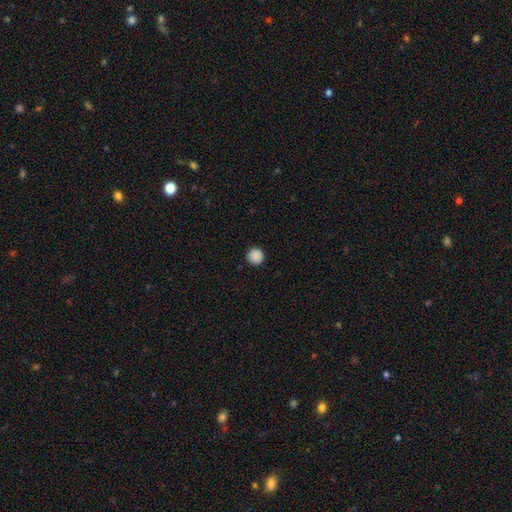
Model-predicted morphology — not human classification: Smooth or featured? smooth (89%)
How rounded? round (96%)
Merging? none (93%)